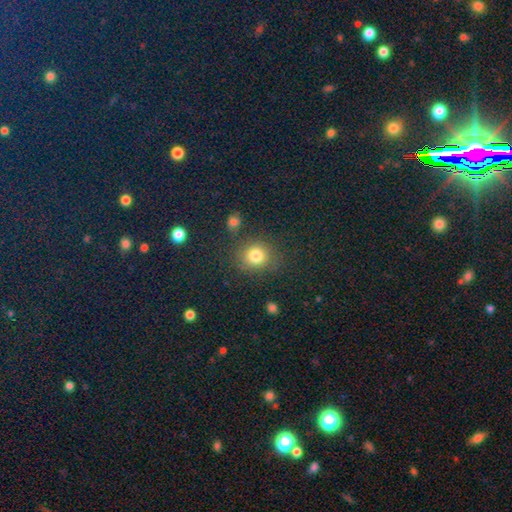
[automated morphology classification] Smooth or featured? Predicted: smooth (p=0.79). How rounded? Predicted: round (p=0.82). Merging? Predicted: none (p=0.80).